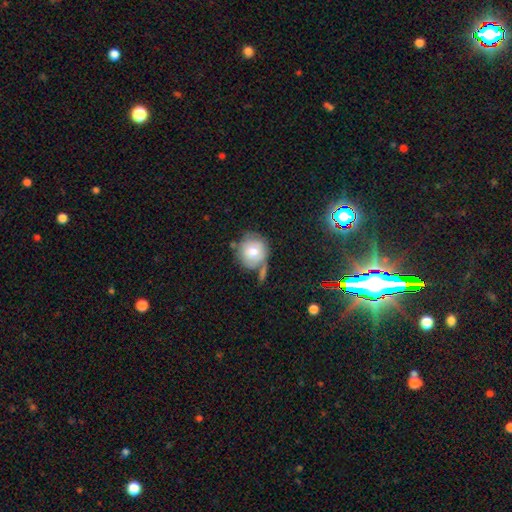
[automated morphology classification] smooth_or_featured: smooth (p=0.67) [alt: featured or disk p=0.23]
how_rounded: round (p=0.89) [alt: in between p=0.10]
merging: none (p=0.54) [alt: minor disturbance p=0.20]